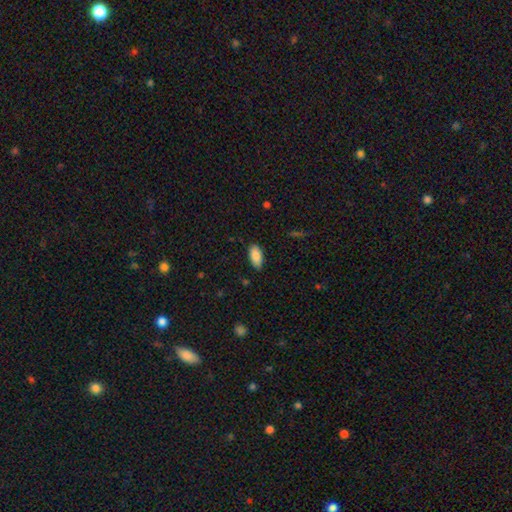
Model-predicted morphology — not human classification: smooth_or_featured: smooth (p=0.88) [alt: star or artifact p=0.07]
how_rounded: in between (p=0.93) [alt: cigar-shaped p=0.05]
merging: none (p=0.86) [alt: minor disturbance p=0.11]